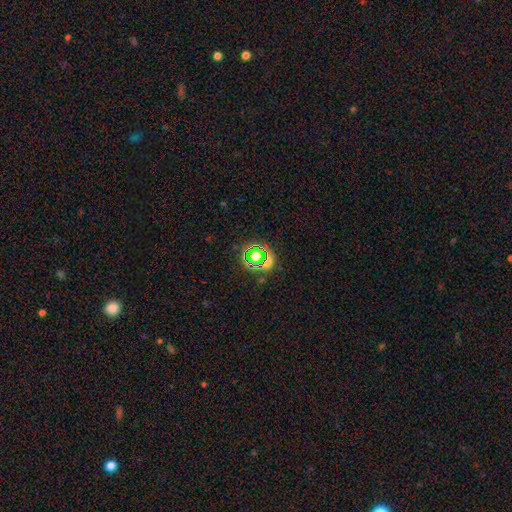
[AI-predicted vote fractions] Smooth or featured? Predicted: star or artifact (p=0.49).